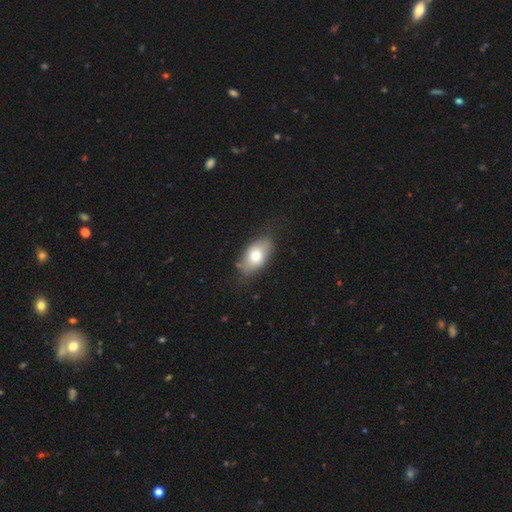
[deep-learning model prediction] The model was most divided on "smooth or featured": smooth: 72%, featured or disk: 20%, star or artifact: 8%. More confident: how rounded — in between (89%); merging — none (74%).